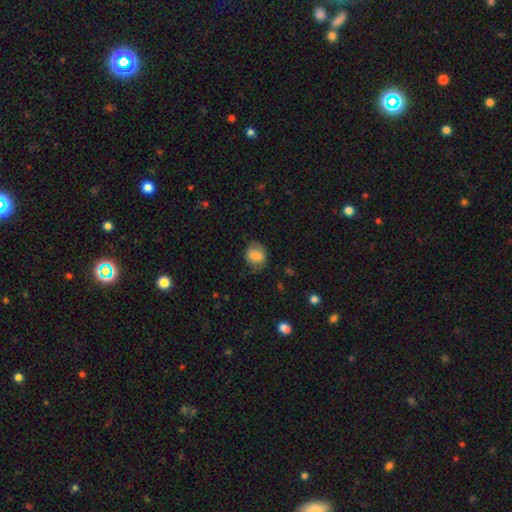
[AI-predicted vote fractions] Morphology: type=smooth (79%); roundness=round (62%); merging=none (70%).